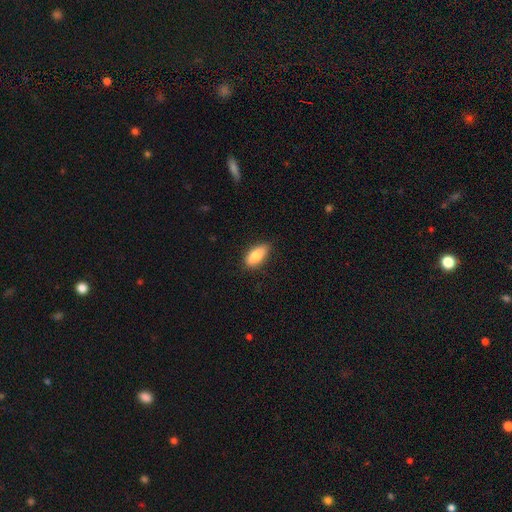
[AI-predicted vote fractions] This is clearly a smooth galaxy (80%). How rounded: clearly in between (86%). Merging: clearly none (81%).